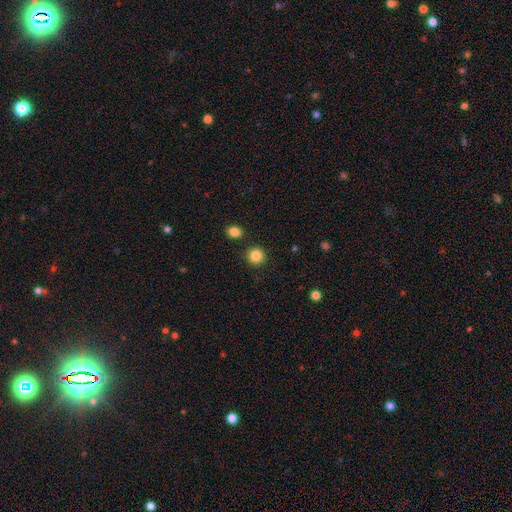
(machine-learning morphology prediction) This is clearly a smooth galaxy (86%). How rounded: clearly round (93%). Merging: clearly none (89%).